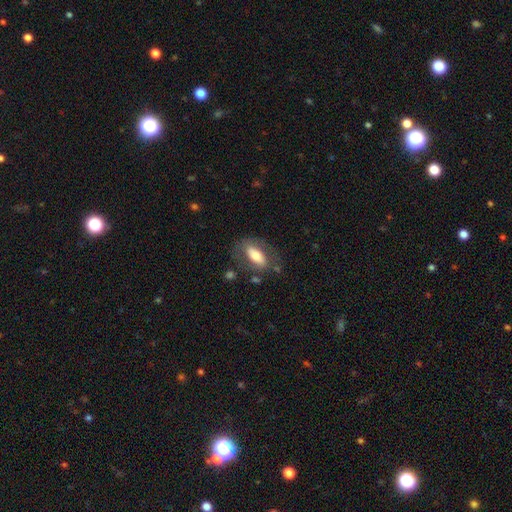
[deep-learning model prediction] Q: Smooth or featured?
A: smooth (61%); runner-up: featured or disk (32%)
Q: How rounded?
A: in between (83%); runner-up: cigar-shaped (13%)
Q: Merging?
A: none (67%); runner-up: minor disturbance (18%)